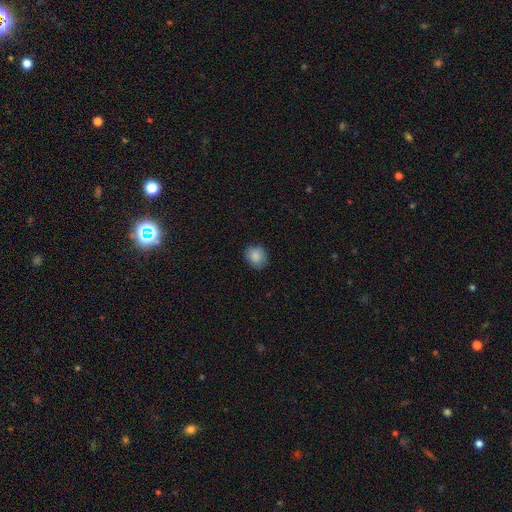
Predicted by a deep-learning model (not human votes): Q: Smooth or featured?
A: smooth (86%); runner-up: star or artifact (8%)
Q: How rounded?
A: round (70%); runner-up: in between (29%)
Q: Merging?
A: none (80%); runner-up: minor disturbance (16%)